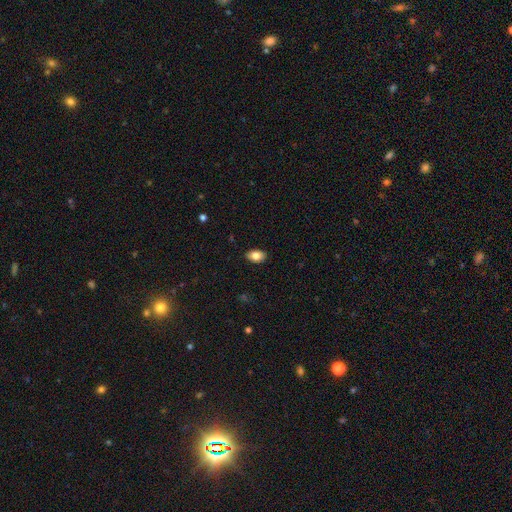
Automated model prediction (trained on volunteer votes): Smooth or featured? smooth (83%)
How rounded? in between (89%)
Merging? none (87%)